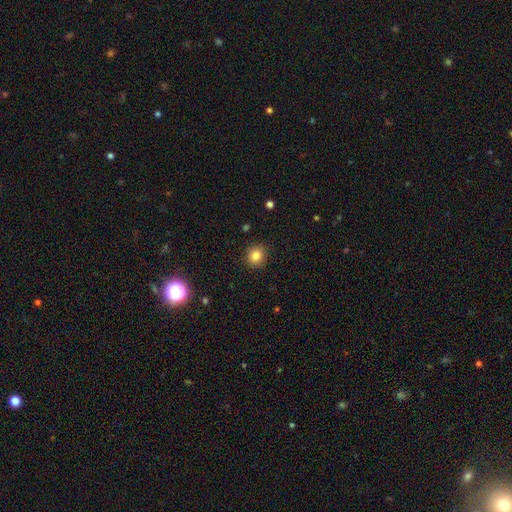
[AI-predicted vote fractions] smooth-or-featured: smooth: 82% | star or artifact: 12% | featured or disk: 6%
  how-rounded: round: 85% | in between: 14% | cigar-shaped: 1%
  merging: none: 90% | minor disturbance: 7% | major disturbance: 2% | merger: 1%